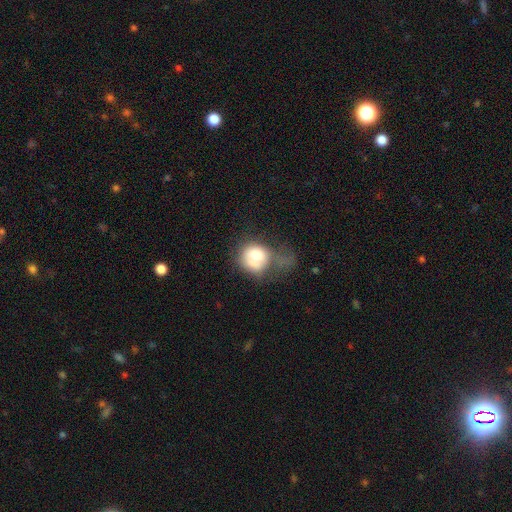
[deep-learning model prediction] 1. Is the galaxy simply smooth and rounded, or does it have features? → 69% smooth, 22% featured or disk, 10% star or artifact.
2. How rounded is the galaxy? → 73% round, 26% in between, 1% cigar-shaped.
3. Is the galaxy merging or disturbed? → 38% major disturbance, 24% none, 22% minor disturbance, 17% merger.